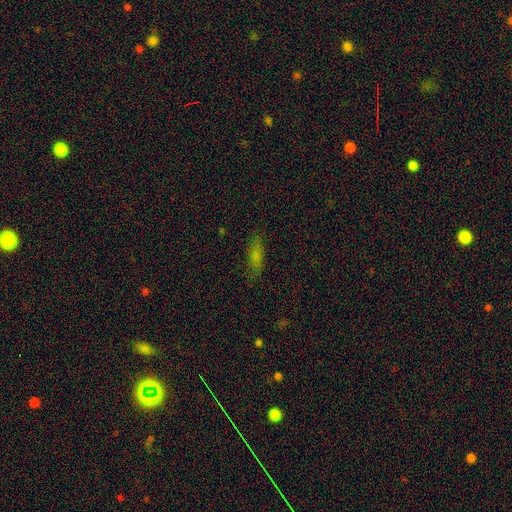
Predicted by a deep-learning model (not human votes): The model was most divided on "how rounded": in between: 55%, cigar-shaped: 41%, round: 3%. More confident: merging — none (76%); smooth or featured — smooth (72%).